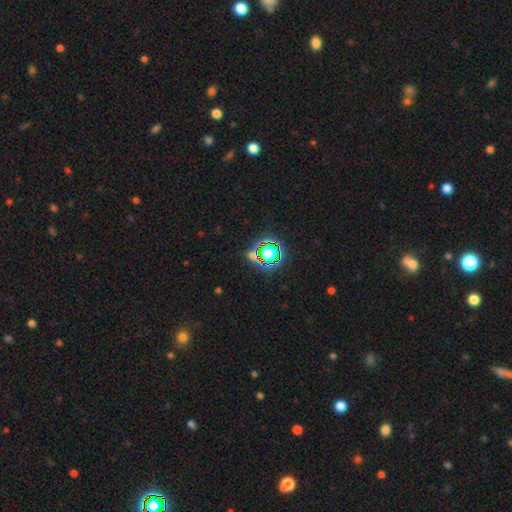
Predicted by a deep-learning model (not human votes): smooth-or-featured: star or artifact: 72% | smooth: 19% | featured or disk: 9%